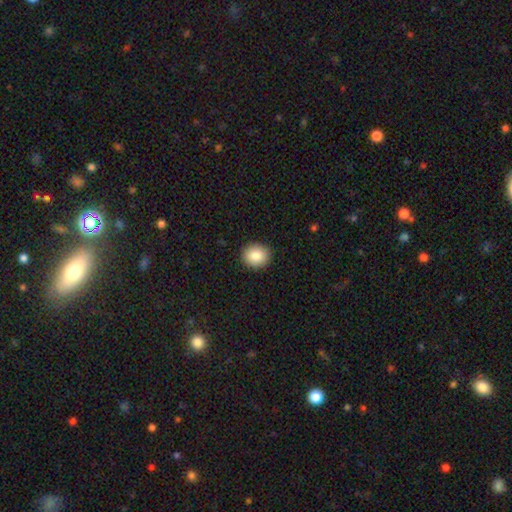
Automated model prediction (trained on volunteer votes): This is clearly a smooth galaxy (84%). How rounded: clearly round (81%). Merging: clearly none (92%).